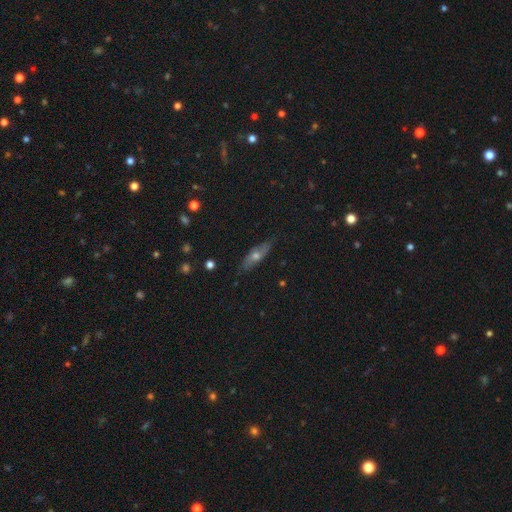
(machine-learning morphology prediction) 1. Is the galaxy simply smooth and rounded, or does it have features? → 47% featured or disk, 44% smooth, 9% star or artifact.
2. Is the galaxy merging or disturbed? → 81% none, 15% minor disturbance, 3% major disturbance, 1% merger.